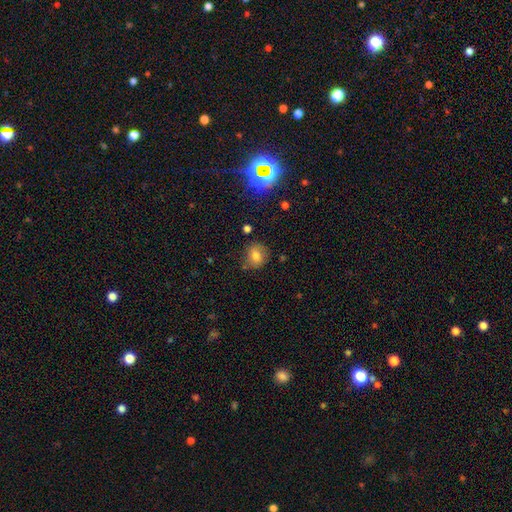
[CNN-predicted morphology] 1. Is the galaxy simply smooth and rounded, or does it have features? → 76% smooth, 13% star or artifact, 11% featured or disk.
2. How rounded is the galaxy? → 75% round, 24% in between, 1% cigar-shaped.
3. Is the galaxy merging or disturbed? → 75% none, 17% minor disturbance, 4% major disturbance, 4% merger.